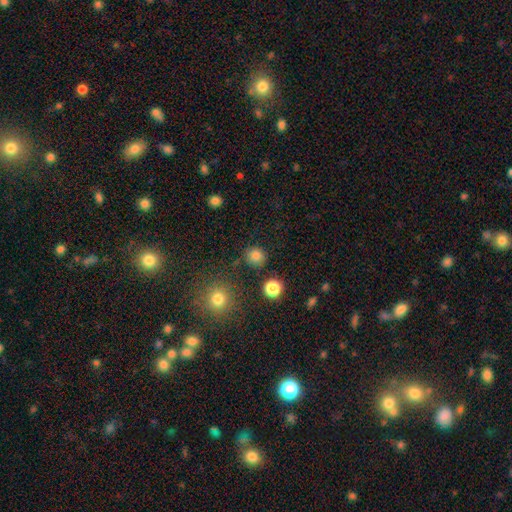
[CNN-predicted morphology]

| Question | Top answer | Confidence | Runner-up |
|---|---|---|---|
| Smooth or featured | smooth | 81% | star or artifact (14%) |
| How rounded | round | 92% | in between (7%) |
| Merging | none | 87% | minor disturbance (7%) |